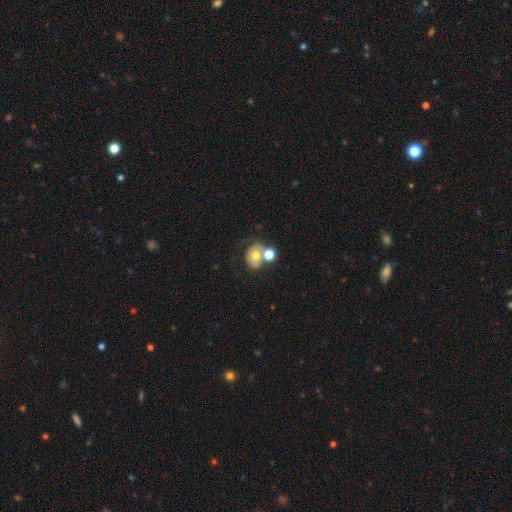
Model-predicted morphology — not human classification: Smooth or featured?
  - smooth: 53% *
  - featured or disk: 37%
  - star or artifact: 10%
How rounded?
  - round: 64% *
  - in between: 35%
  - cigar-shaped: 1%
Merging?
  - merger: 41% *
  - none: 30%
  - major disturbance: 15%
  - minor disturbance: 14%